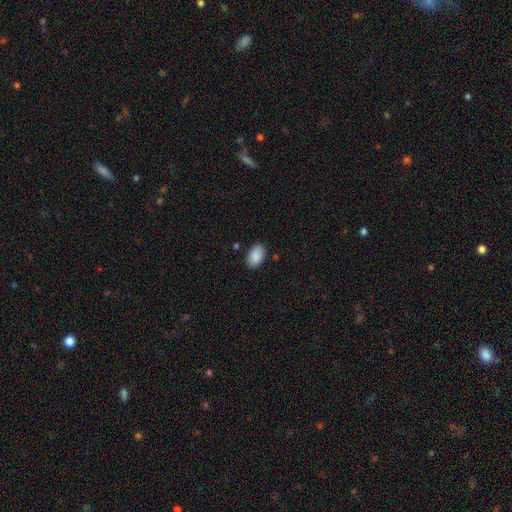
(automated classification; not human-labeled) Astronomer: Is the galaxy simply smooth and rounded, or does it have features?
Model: smooth — 89%.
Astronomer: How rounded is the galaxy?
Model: in between — 92%.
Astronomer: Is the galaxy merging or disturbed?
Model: none — 83%.